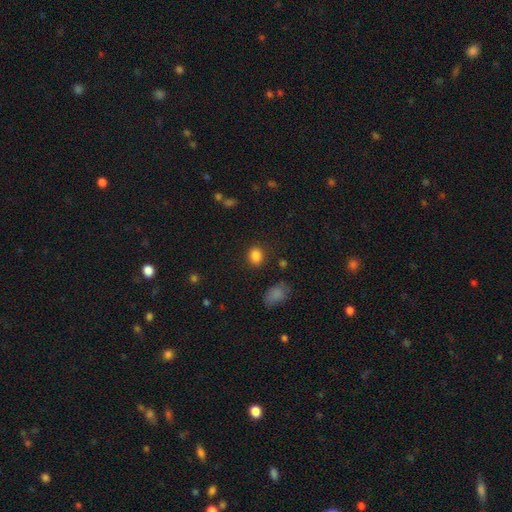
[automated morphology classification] Smooth or featured: smooth — 85% (star or artifact — 11%)
How rounded: round — 53% (in between — 45%)
Merging: none — 84% (minor disturbance — 10%)